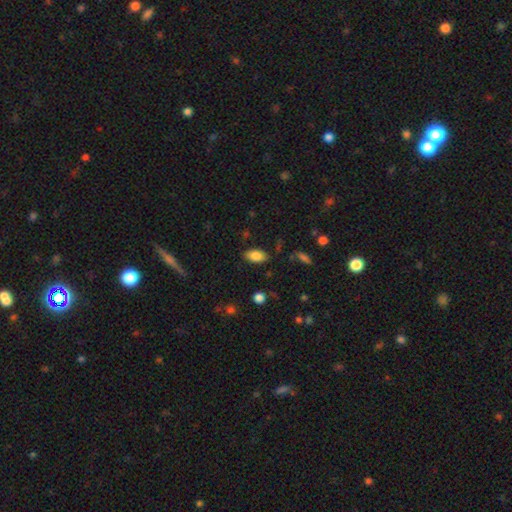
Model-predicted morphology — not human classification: Smooth or featured? Predicted: smooth (p=0.84). How rounded? Predicted: in between (p=0.93). Merging? Predicted: none (p=0.83).